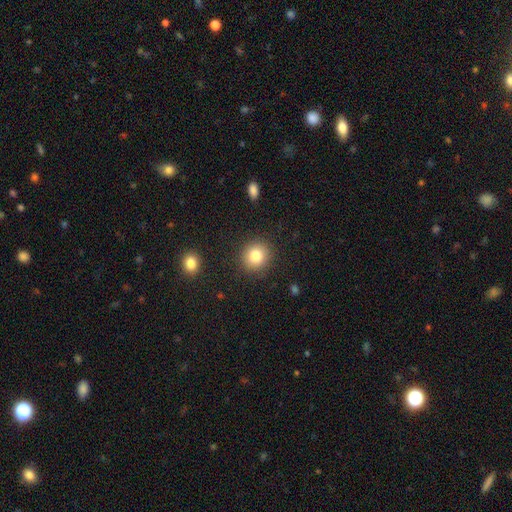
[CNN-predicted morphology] The model was most divided on "how rounded": round: 83%, in between: 17%, cigar-shaped: 1%. More confident: merging — none (88%); smooth or featured — smooth (82%).